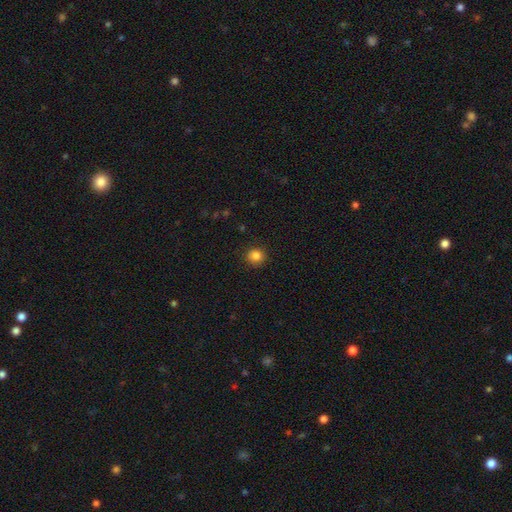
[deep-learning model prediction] smooth 85%, star or artifact 11%, featured or disk 4%. Down the decision tree: how rounded — round (86%); merging — none (91%).